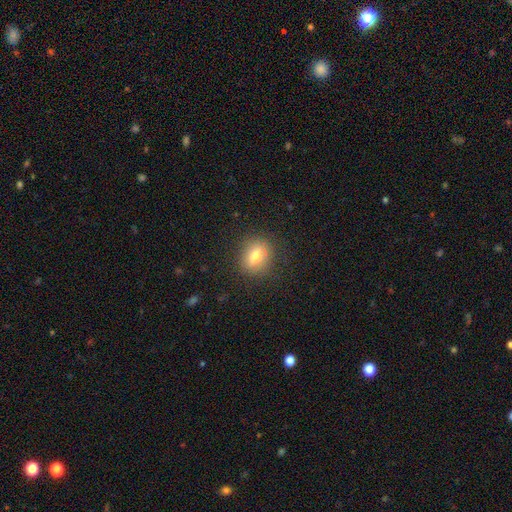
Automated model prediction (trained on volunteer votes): Smooth or featured? Predicted: smooth (p=0.71). How rounded? Predicted: in between (p=0.50). Merging? Predicted: none (p=0.84).